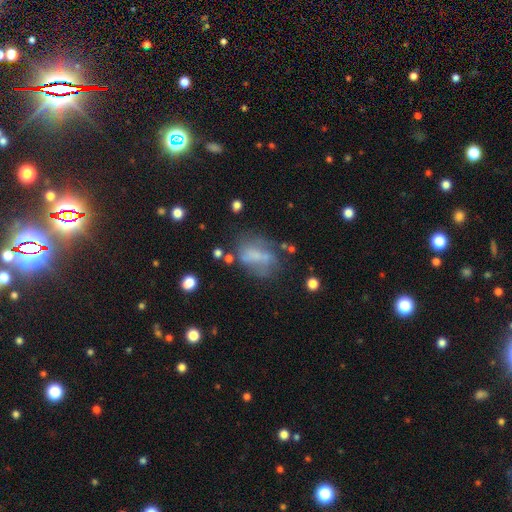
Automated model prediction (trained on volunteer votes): A smooth galaxy with no disk features (45%).

Vote fractions:
- Smooth or featured? smooth: 45% / featured or disk: 42% / star or artifact: 13%
- Merging? none: 41% / major disturbance: 25% / minor disturbance: 24% / merger: 10%